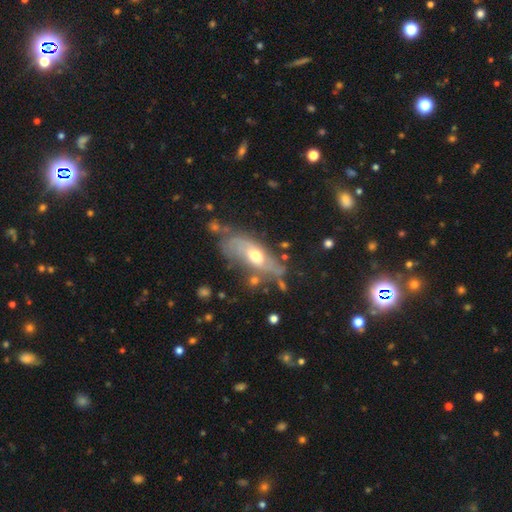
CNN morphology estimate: Smooth or featured?
  - featured or disk: 55% *
  - smooth: 38%
  - star or artifact: 7%
Edge-on disk?
  - no: 78% *
  - yes: 22%
Merging?
  - none: 52% *
  - minor disturbance: 25%
  - major disturbance: 15%
  - merger: 7%